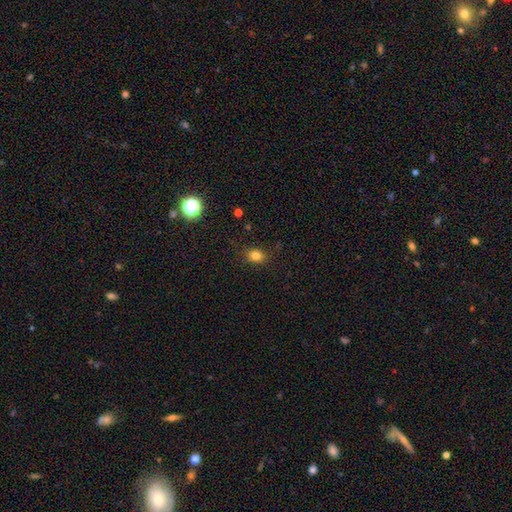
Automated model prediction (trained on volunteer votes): smooth_or_featured: smooth (p=0.80) [alt: star or artifact p=0.14]
how_rounded: round (p=0.53) [alt: in between p=0.46]
merging: none (p=0.83) [alt: minor disturbance p=0.12]